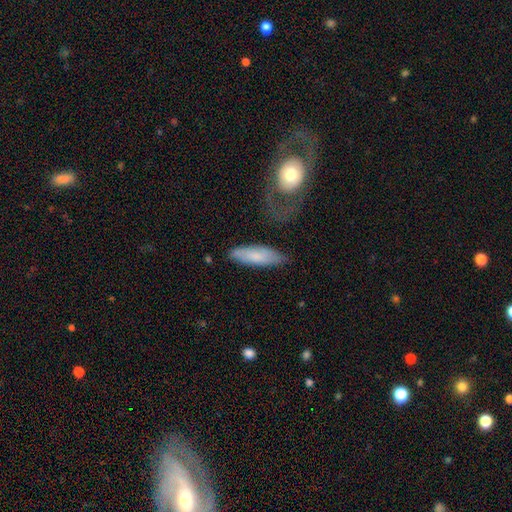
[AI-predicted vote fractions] This appears to be a smooth galaxy with no disk features (70%) that is in between round and cigar-shaped (52%). Merging: none (60%).